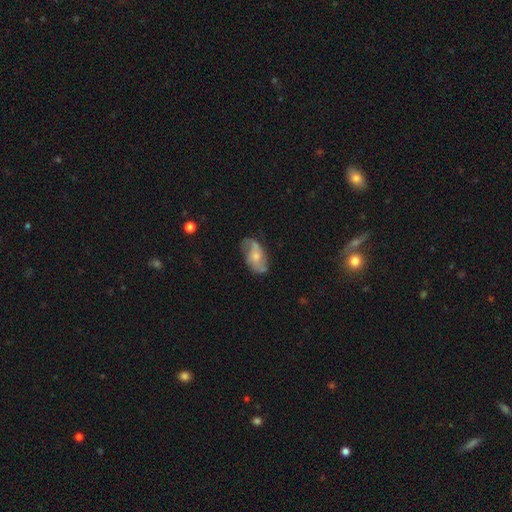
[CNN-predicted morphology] Smooth or featured? Predicted: featured or disk (p=0.63). Edge-on disk? Predicted: no (p=0.94). Bar? Predicted: no (p=0.63). Spiral arms? Predicted: yes (p=0.84). Bulge size? Predicted: moderate (p=0.47). Merging? Predicted: none (p=0.62).